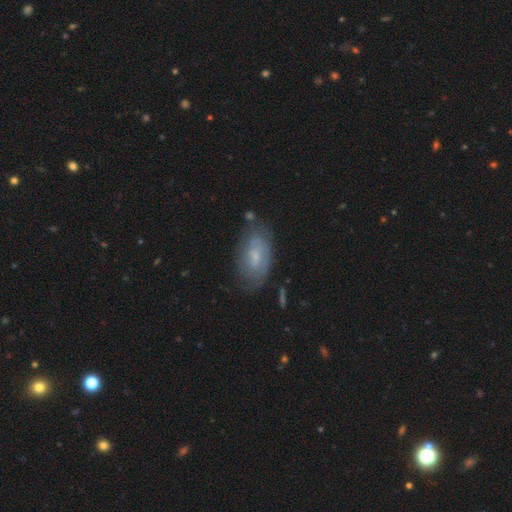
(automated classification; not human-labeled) Morphology: type=featured or disk (47%); merging=none (67%).